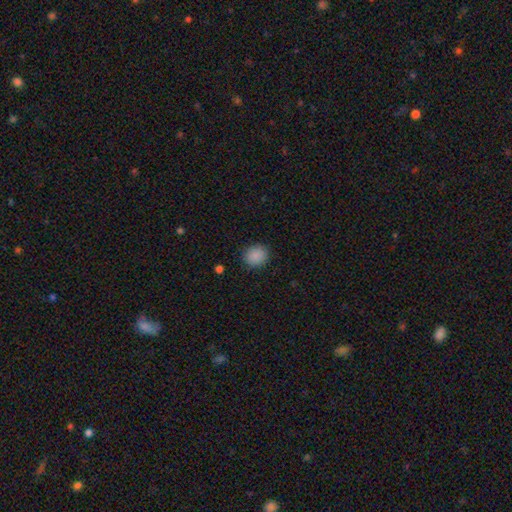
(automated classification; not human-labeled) This appears to be a smooth galaxy with no disk features (88%) that is round (73%). Merging: none (88%).